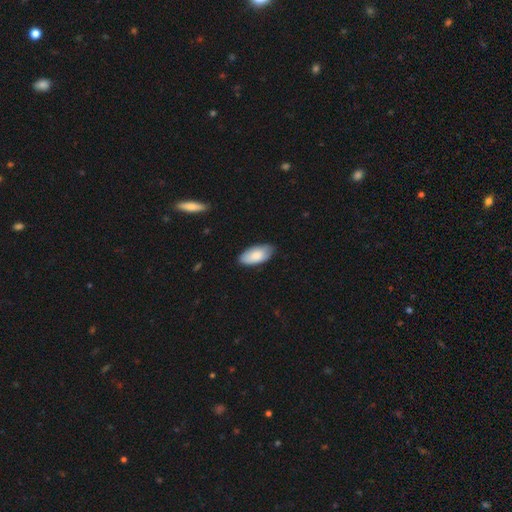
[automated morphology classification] smooth_or_featured: smooth (p=0.83) [alt: featured or disk p=0.12]
how_rounded: in between (p=0.94) [alt: cigar-shaped p=0.04]
merging: none (p=0.78) [alt: minor disturbance p=0.18]